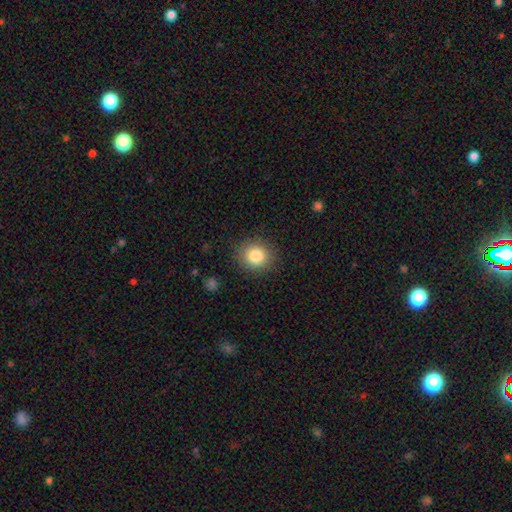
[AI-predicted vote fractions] Smooth or featured?
  - smooth: 84% *
  - star or artifact: 9%
  - featured or disk: 7%
How rounded?
  - round: 83% *
  - in between: 16%
  - cigar-shaped: 1%
Merging?
  - none: 88% *
  - minor disturbance: 8%
  - major disturbance: 3%
  - merger: 1%